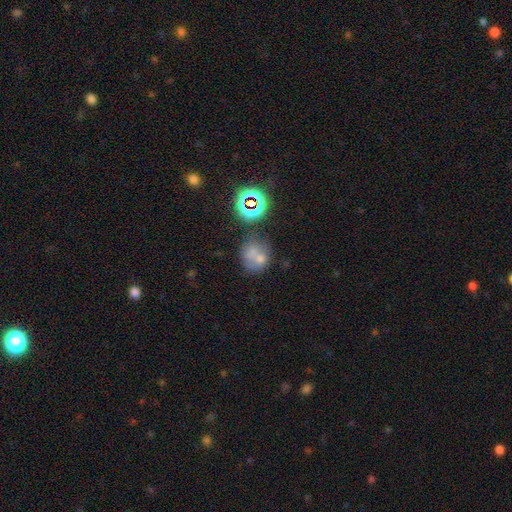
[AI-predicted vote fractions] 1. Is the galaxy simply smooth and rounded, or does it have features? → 59% smooth, 21% star or artifact, 20% featured or disk.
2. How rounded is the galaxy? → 76% round, 23% in between, 1% cigar-shaped.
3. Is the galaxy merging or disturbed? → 41% none, 37% merger, 13% minor disturbance, 8% major disturbance.